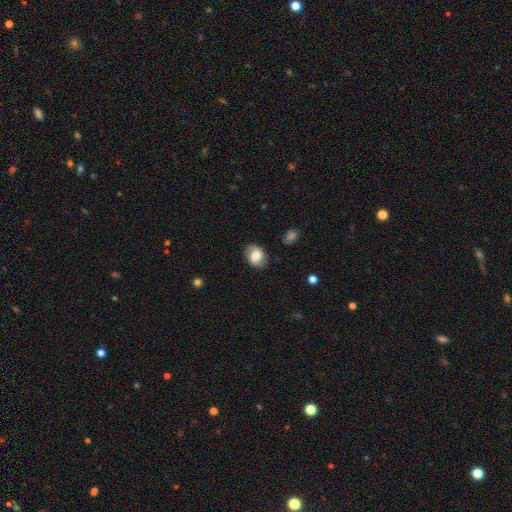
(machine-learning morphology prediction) The model was most divided on "how rounded": in between: 66%, round: 33%, cigar-shaped: 1%. More confident: merging — none (79%); smooth or featured — smooth (68%).